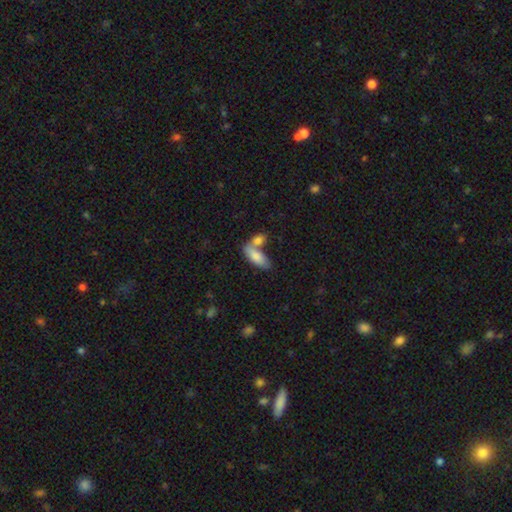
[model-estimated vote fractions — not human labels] Q: Smooth or featured?
A: smooth (81%); runner-up: featured or disk (13%)
Q: How rounded?
A: in between (79%); runner-up: cigar-shaped (19%)
Q: Merging?
A: merger (49%); runner-up: none (36%)